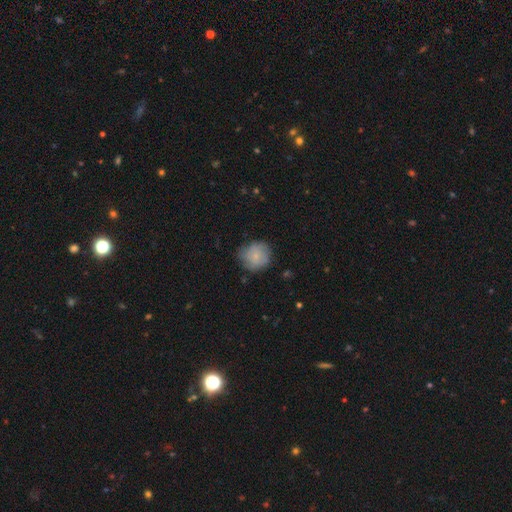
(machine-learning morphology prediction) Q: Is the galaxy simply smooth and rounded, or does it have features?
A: smooth — 77%.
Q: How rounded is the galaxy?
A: round — 86%.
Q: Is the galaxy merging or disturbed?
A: none — 69%.